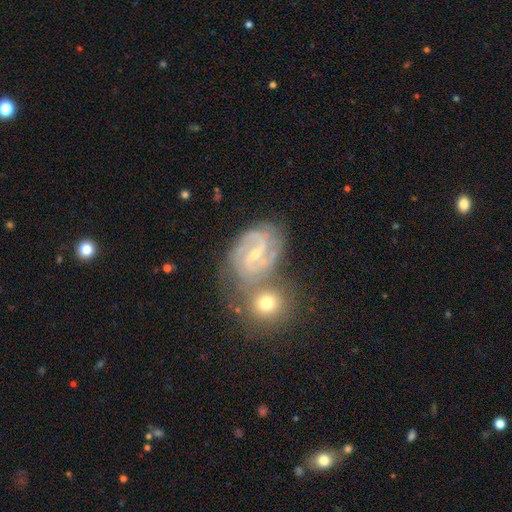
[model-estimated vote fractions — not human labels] A featured or disk galaxy (87%) with a weak bar (50%), 2 (54%) tight (47%) spiral arms (97%) and a small central bulge (68%).

Vote fractions:
- Smooth or featured? featured or disk: 87% / star or artifact: 7% / smooth: 6%
- Edge-on disk? no: 97% / yes: 3%
- Bar? weak: 50% / strong: 26% / no: 24%
- Spiral arms? yes: 97% / no: 3%
- Spiral winding? tight: 47% / medium: 44% / loose: 9%
- Spiral arm count? 2: 54% / 3: 21% / can't tell: 12% / 4: 5% / 1: 4% / more than 4: 4%
- Bulge size? small: 68% / moderate: 28% / none: 2% / large: 1% / dominant: 1%
- Merging? none: 56% / merger: 23% / minor disturbance: 15% / major disturbance: 6%